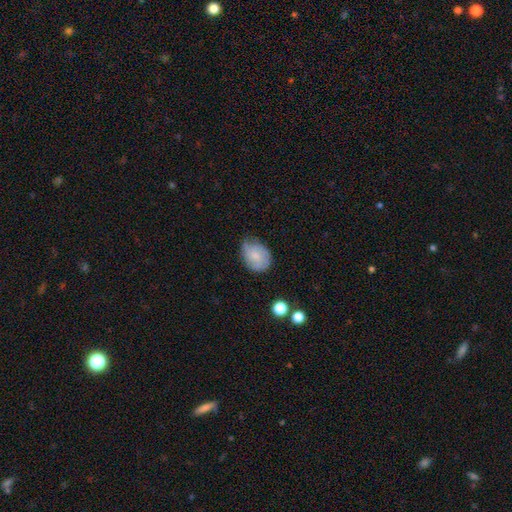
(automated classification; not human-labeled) This is possibly a smooth galaxy (60%). How rounded: likely in between (61%). Merging: possibly none (54%).